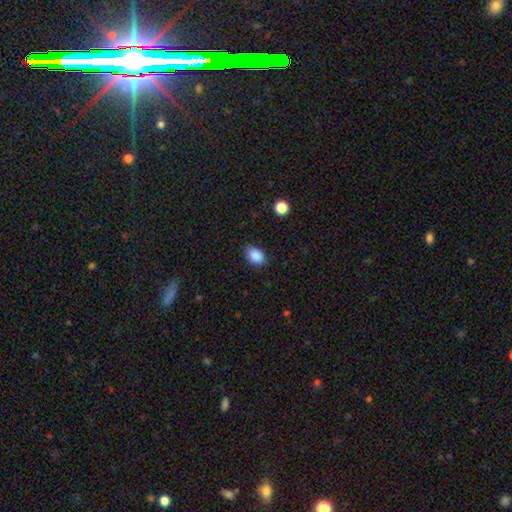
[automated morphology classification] Smooth or featured?
  - smooth: 87% *
  - star or artifact: 9%
  - featured or disk: 4%
How rounded?
  - in between: 79% *
  - round: 20%
  - cigar-shaped: 1%
Merging?
  - none: 79% *
  - minor disturbance: 17%
  - major disturbance: 3%
  - merger: 1%